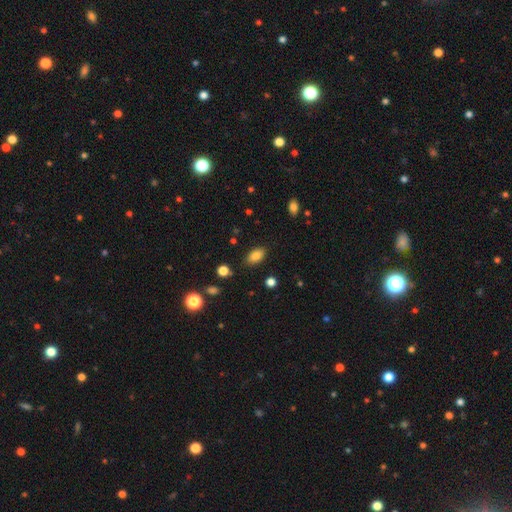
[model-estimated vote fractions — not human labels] This is clearly a smooth galaxy (84%). How rounded: clearly in between (91%). Merging: clearly none (85%).